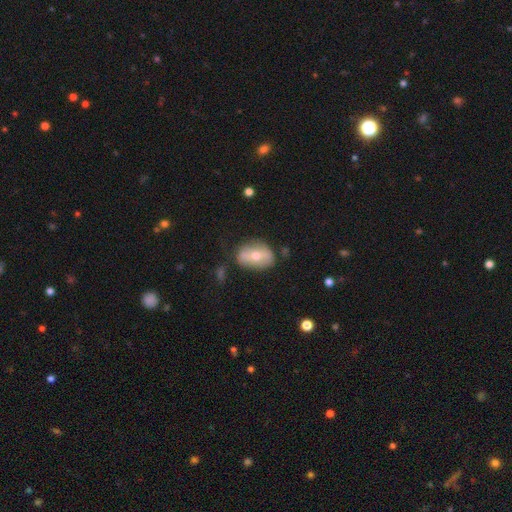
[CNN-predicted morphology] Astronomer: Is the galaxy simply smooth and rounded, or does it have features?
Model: smooth — 54% (runner-up: featured or disk, 38%).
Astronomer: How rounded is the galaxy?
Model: in between — 75%.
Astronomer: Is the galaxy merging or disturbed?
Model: none — 67%.